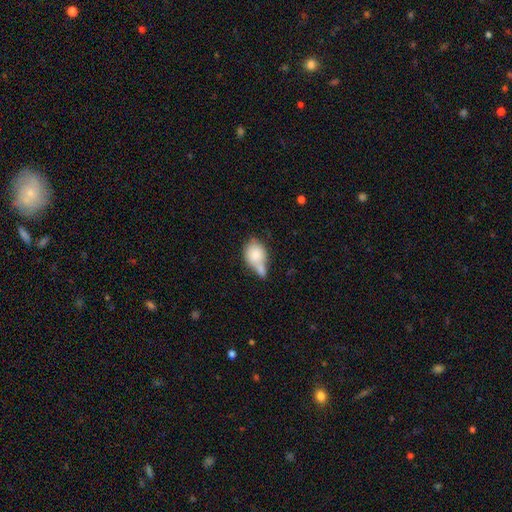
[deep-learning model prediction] Q: Smooth or featured?
A: smooth (80%); runner-up: featured or disk (13%)
Q: How rounded?
A: in between (56%); runner-up: round (42%)
Q: Merging?
A: merger (49%); runner-up: none (24%)